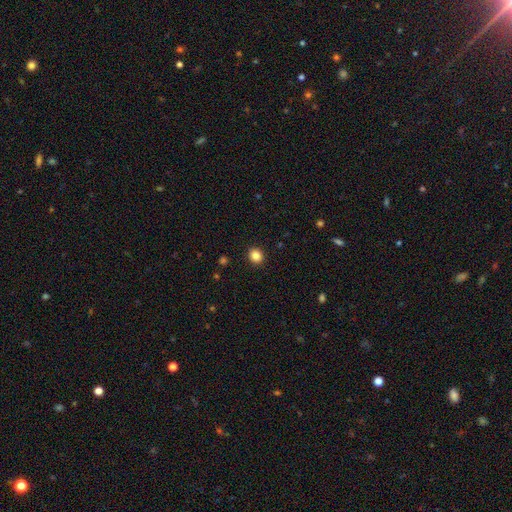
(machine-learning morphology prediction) A smooth galaxy with no disk features (84%) that is round (81%). Merging: none (92%).